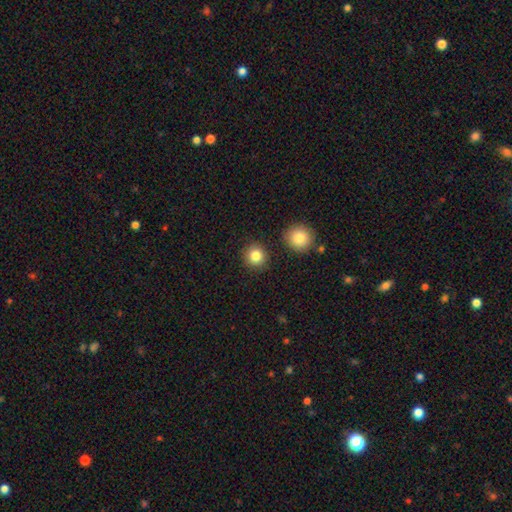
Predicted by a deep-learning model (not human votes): smooth 83%, star or artifact 11%, featured or disk 6%. Down the decision tree: how rounded — round (92%); merging — none (88%).